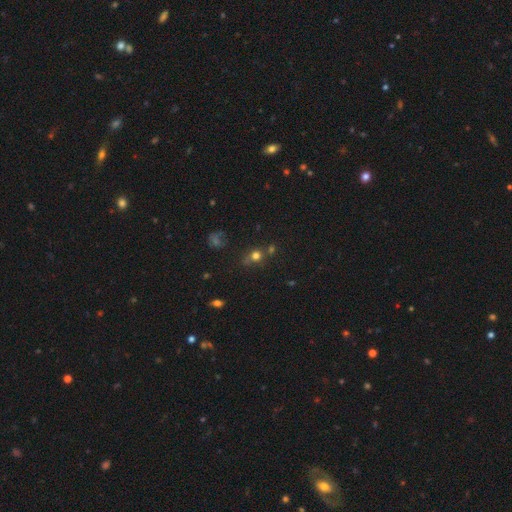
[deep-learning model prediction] smooth 68%, star or artifact 22%, featured or disk 10%. Down the decision tree: how rounded — round (83%); merging — none (59%).